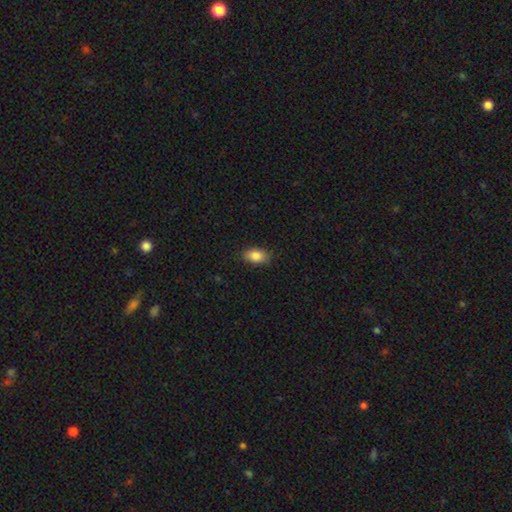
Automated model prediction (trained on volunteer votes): This is clearly a smooth galaxy (86%). How rounded: clearly in between (89%). Merging: clearly none (87%).